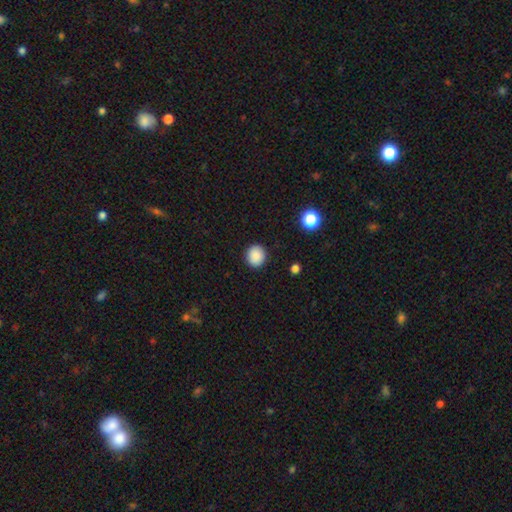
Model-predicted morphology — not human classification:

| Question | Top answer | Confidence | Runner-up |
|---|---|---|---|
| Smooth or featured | smooth | 88% | star or artifact (9%) |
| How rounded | round | 83% | in between (16%) |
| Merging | none | 91% | minor disturbance (6%) |